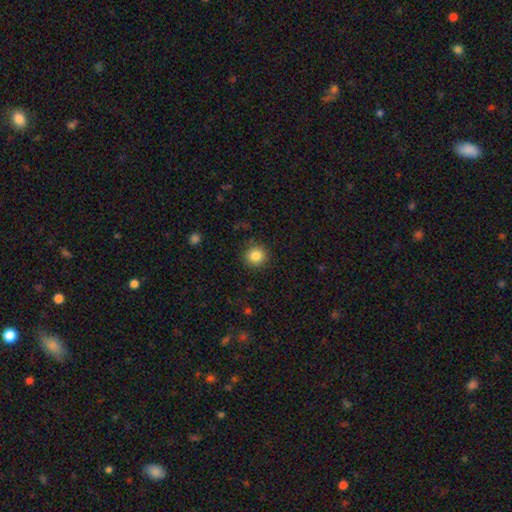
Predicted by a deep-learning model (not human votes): This is clearly a smooth galaxy (85%). How rounded: clearly round (93%). Merging: clearly none (89%).